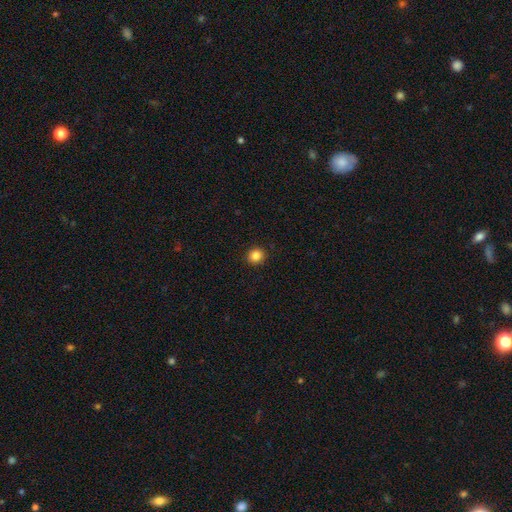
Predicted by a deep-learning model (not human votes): Smooth or featured: smooth — 85% (star or artifact — 11%)
How rounded: round — 89% (in between — 10%)
Merging: none — 93% (minor disturbance — 5%)